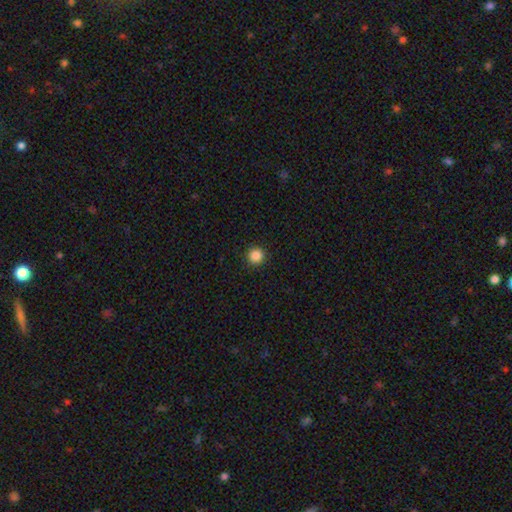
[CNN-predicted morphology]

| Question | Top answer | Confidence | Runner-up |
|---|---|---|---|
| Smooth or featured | smooth | 86% | star or artifact (11%) |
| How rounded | round | 96% | in between (3%) |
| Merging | none | 93% | minor disturbance (5%) |